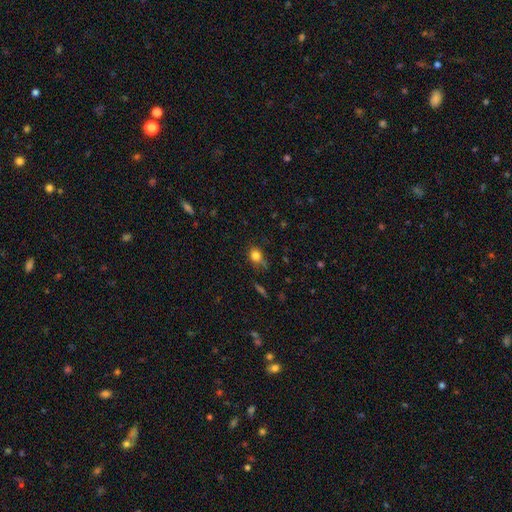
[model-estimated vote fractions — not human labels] A smooth galaxy with no disk features (80%) that is round (58%).

Vote fractions:
- Smooth or featured? smooth: 80% / star or artifact: 12% / featured or disk: 8%
- How rounded? round: 58% / in between: 40% / cigar-shaped: 2%
- Merging? none: 58% / minor disturbance: 28% / major disturbance: 10% / merger: 4%